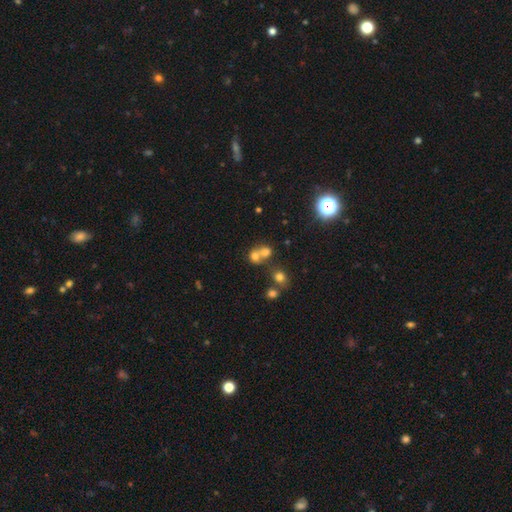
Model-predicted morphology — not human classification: This appears to be a smooth galaxy with no disk features (66%) that is round (73%). Merging: merger (56%).